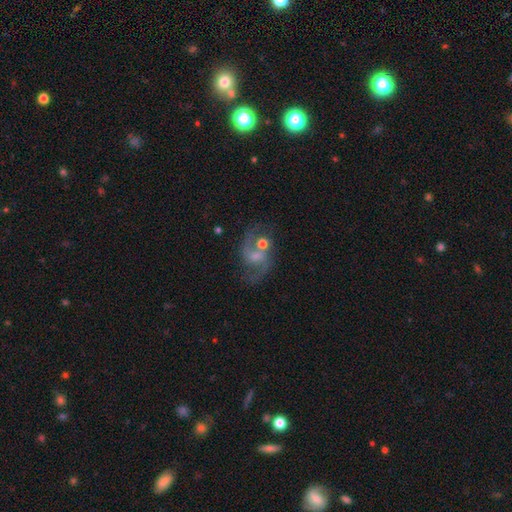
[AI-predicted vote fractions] smooth-or-featured: featured or disk: 79% | star or artifact: 11% | smooth: 10%
  disk-edge-on: no: 97% | yes: 3%
    bar: weak: 46% | no: 44% | strong: 10%
    has-spiral-arms: yes: 92% | no: 8%
      spiral-winding: loose: 50% | medium: 41% | tight: 9%
      spiral-arm-count: 2: 86% | 1: 5% | can't tell: 5% | 3: 2% | 4: 1% | more than 4: 1%
    bulge-size: small: 43% | moderate: 41% | none: 11% | large: 4% | dominant: 2%
  merging: none: 52% | merger: 23% | minor disturbance: 14% | major disturbance: 11%